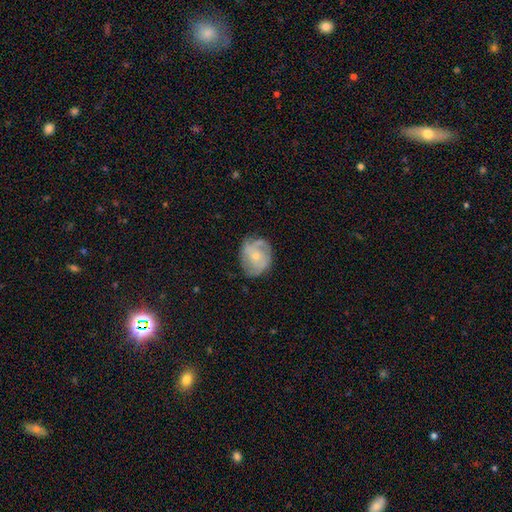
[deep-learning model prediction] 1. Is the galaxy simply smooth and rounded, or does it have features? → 60% featured or disk, 33% smooth, 7% star or artifact.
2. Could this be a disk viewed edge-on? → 97% no, 3% yes.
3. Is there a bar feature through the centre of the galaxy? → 72% no, 23% weak, 5% strong.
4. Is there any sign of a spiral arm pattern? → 75% yes, 25% no.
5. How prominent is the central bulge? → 58% small, 38% moderate, 2% none, 1% large, 1% dominant.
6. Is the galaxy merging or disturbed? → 63% none, 26% minor disturbance, 10% major disturbance, 1% merger.